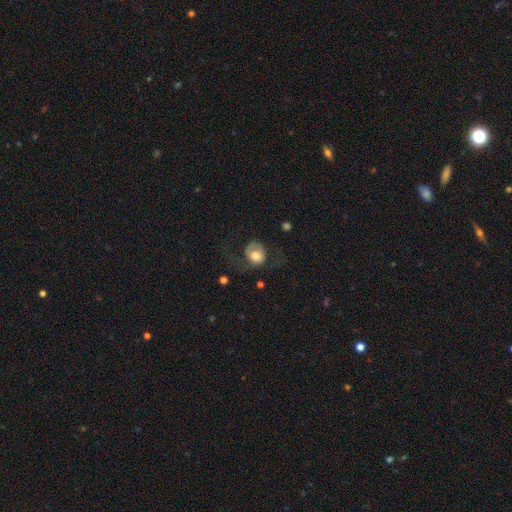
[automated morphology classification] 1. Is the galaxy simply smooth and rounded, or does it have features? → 61% smooth, 31% featured or disk, 8% star or artifact.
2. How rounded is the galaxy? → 66% round, 33% in between, 1% cigar-shaped.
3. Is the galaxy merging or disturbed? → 45% major disturbance, 34% none, 19% minor disturbance, 2% merger.